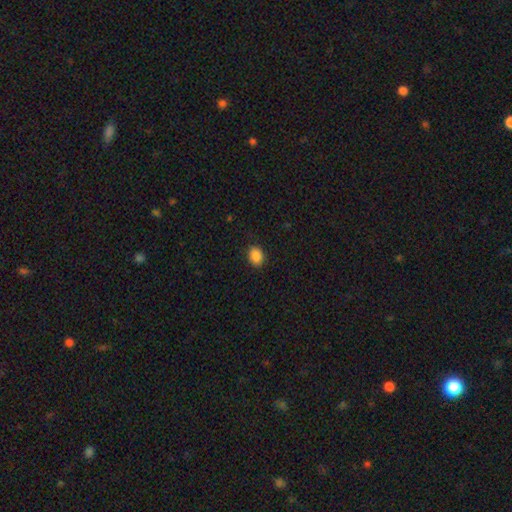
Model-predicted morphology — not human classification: The model was most divided on "how rounded": in between: 67%, round: 32%, cigar-shaped: 1%. More confident: smooth or featured — smooth (88%); merging — none (87%).